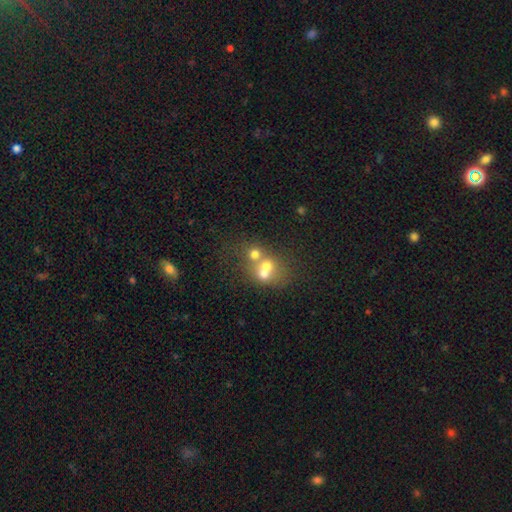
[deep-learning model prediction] Smooth or featured? Predicted: smooth (p=0.52). How rounded? Predicted: round (p=0.64). Merging? Predicted: merger (p=0.62).